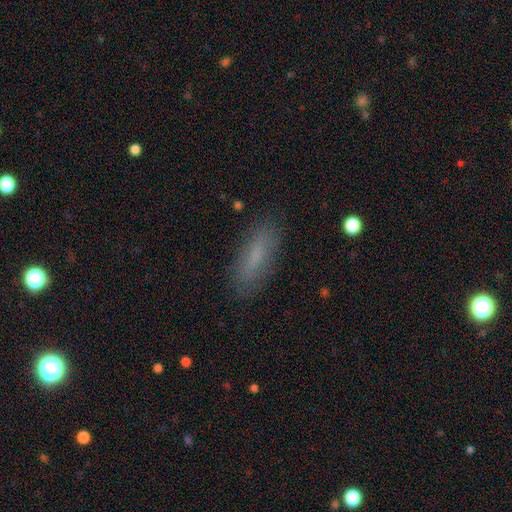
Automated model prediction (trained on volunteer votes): Smooth or featured? Predicted: smooth (p=0.71). How rounded? Predicted: cigar-shaped (p=0.50). Merging? Predicted: none (p=0.84).